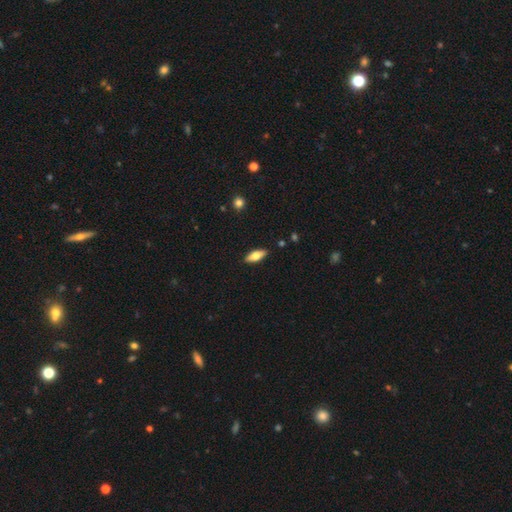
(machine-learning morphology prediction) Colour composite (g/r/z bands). It shows a smooth galaxy with no disk features (62%) that is in between round and cigar-shaped (69%). Merging: none (88%).